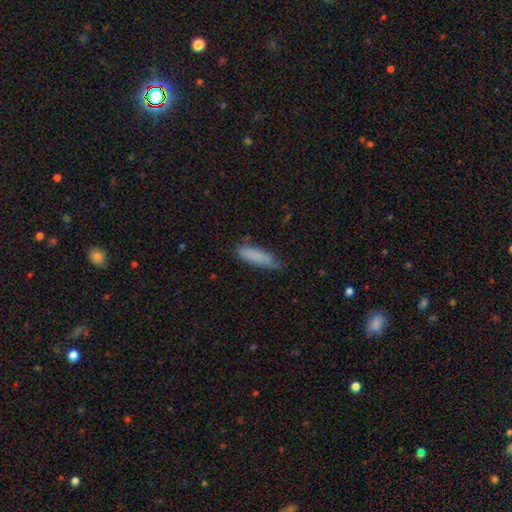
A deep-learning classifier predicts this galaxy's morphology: type=smooth (83%); roundness=cigar-shaped (57%); merging=none (60%).